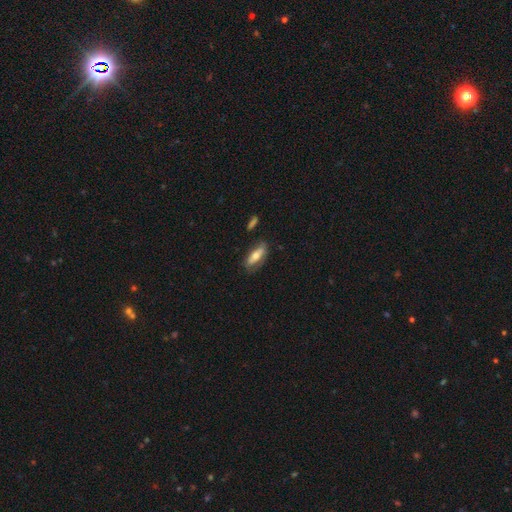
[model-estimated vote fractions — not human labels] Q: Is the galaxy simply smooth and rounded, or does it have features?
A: smooth — 55%.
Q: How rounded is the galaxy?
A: in between — 68%.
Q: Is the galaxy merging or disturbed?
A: none — 69%.